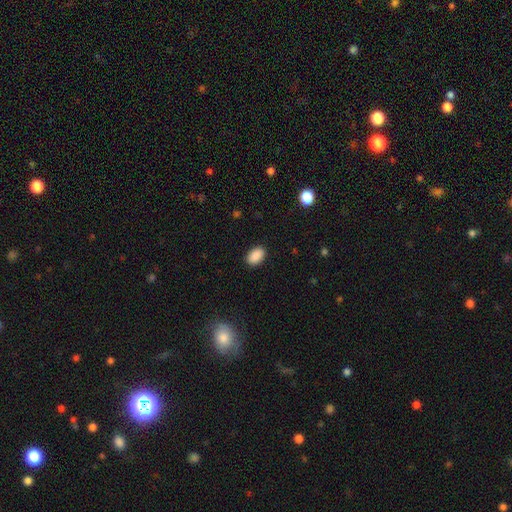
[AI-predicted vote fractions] Smooth or featured?
  - smooth: 90% *
  - star or artifact: 8%
  - featured or disk: 3%
How rounded?
  - in between: 89% *
  - round: 9%
  - cigar-shaped: 1%
Merging?
  - none: 89% *
  - minor disturbance: 8%
  - major disturbance: 2%
  - merger: 1%